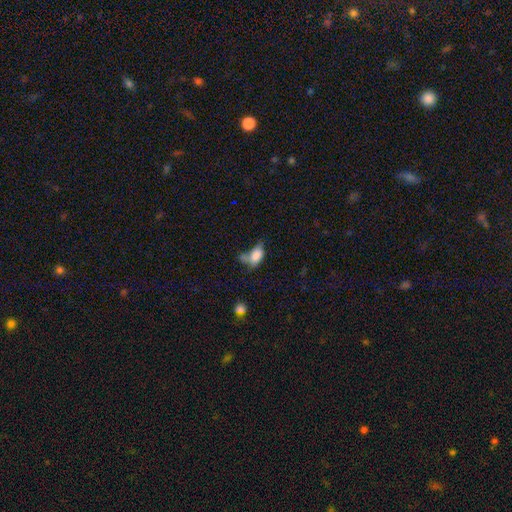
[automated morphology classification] A smooth galaxy with no disk features (77%) that is in between round and cigar-shaped (89%). Merging: none (27%).